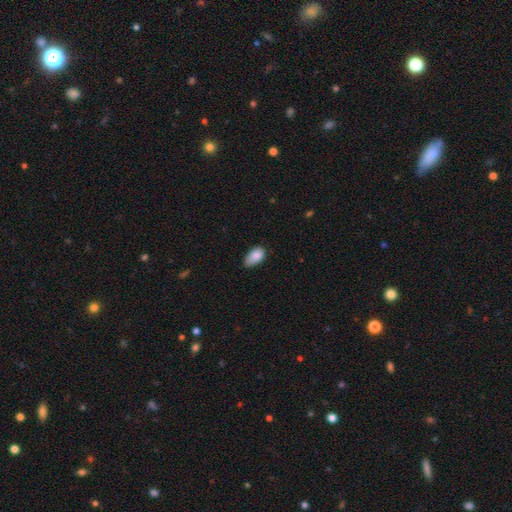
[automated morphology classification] A smooth galaxy with no disk features (85%) that is in between round and cigar-shaped (92%). Merging: none (48%).